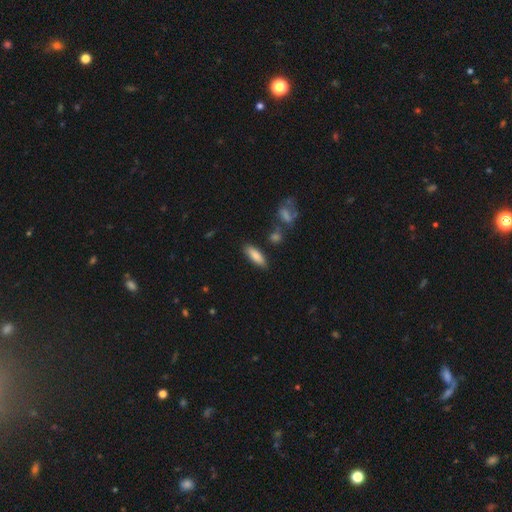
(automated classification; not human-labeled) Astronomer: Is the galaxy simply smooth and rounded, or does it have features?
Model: smooth — 82%.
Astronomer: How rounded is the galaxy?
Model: in between — 59% (runner-up: cigar-shaped, 39%).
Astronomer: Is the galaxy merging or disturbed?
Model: none — 82%.